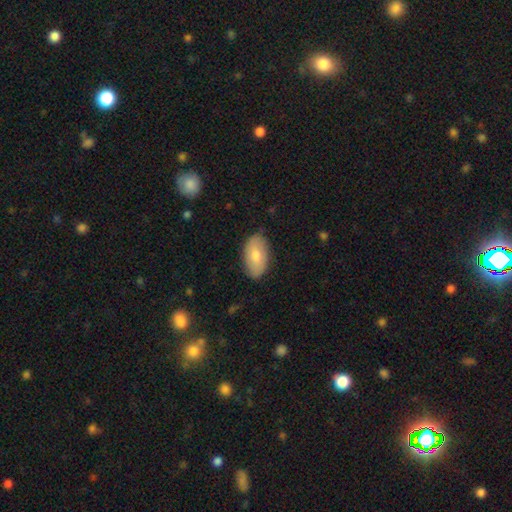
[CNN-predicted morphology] A smooth galaxy with no disk features (75%) that is in between round and cigar-shaped (95%).

Vote fractions:
- Smooth or featured? smooth: 75% / featured or disk: 20% / star or artifact: 5%
- How rounded? in between: 95% / round: 3% / cigar-shaped: 2%
- Merging? none: 84% / minor disturbance: 13% / major disturbance: 2% / merger: 1%